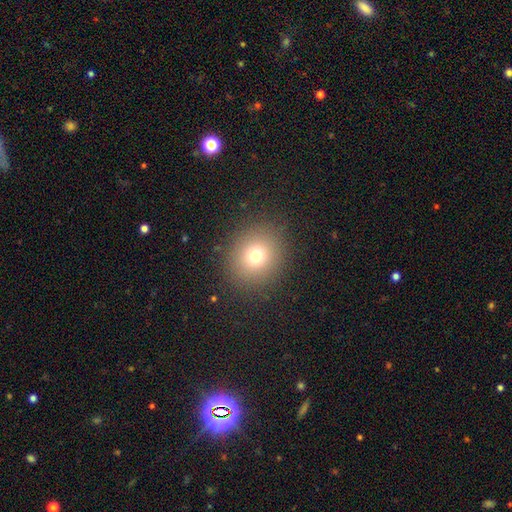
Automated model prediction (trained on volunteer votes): Overall: smooth (73%). How rounded: round (83%). Merging: none (87%).